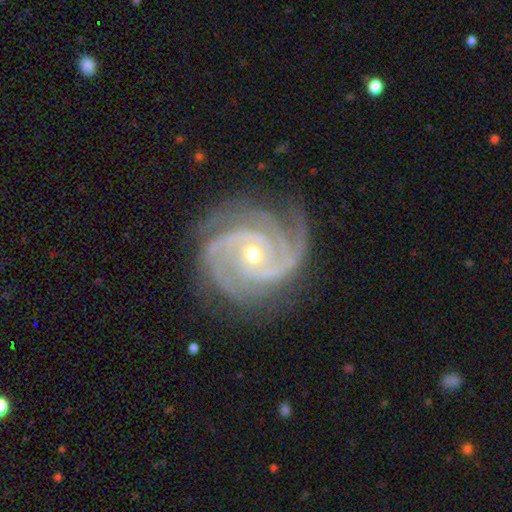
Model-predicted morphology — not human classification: smooth-or-featured: featured or disk: 93% | star or artifact: 5% | smooth: 2%
  disk-edge-on: no: 98% | yes: 2%
    bar: no: 64% | weak: 25% | strong: 11%
    has-spiral-arms: yes: 99% | no: 1%
      spiral-winding: tight: 66% | medium: 30% | loose: 3%
      spiral-arm-count: 3: 47% | 2: 20% | 4: 14% | can't tell: 8% | more than 4: 6% | 1: 5%
    bulge-size: small: 55% | moderate: 43% | large: 1% | none: 1% | dominant: 1%
  merging: none: 79% | minor disturbance: 15% | major disturbance: 5% | merger: 1%